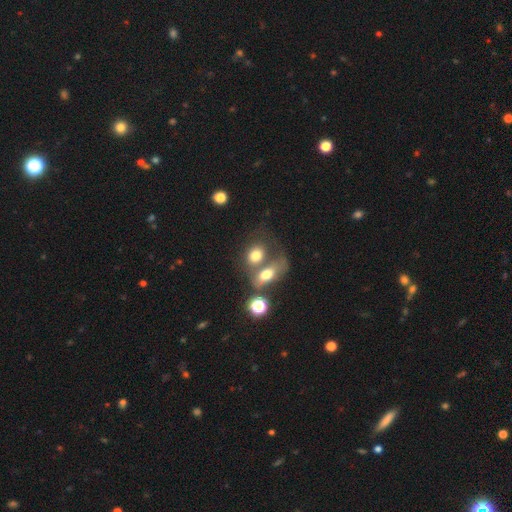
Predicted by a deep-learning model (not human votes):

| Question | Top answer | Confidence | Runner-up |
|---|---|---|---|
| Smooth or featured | smooth | 69% | featured or disk (19%) |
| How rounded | in between | 63% | round (35%) |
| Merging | merger | 53% | none (26%) |